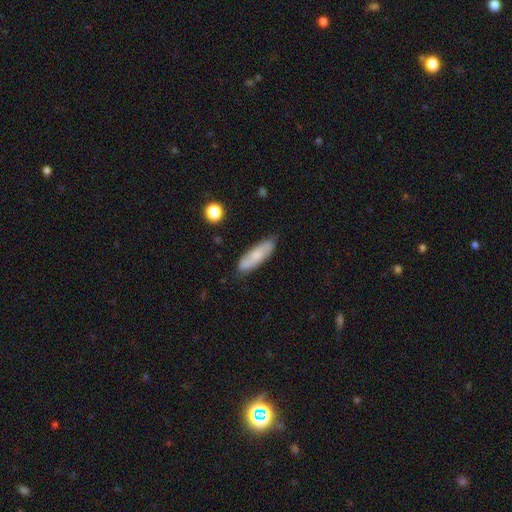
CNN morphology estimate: smooth-or-featured: smooth: 67% | featured or disk: 26% | star or artifact: 6%
  how-rounded: cigar-shaped: 51% | in between: 47% | round: 2%
  merging: none: 82% | minor disturbance: 13% | major disturbance: 2% | merger: 2%